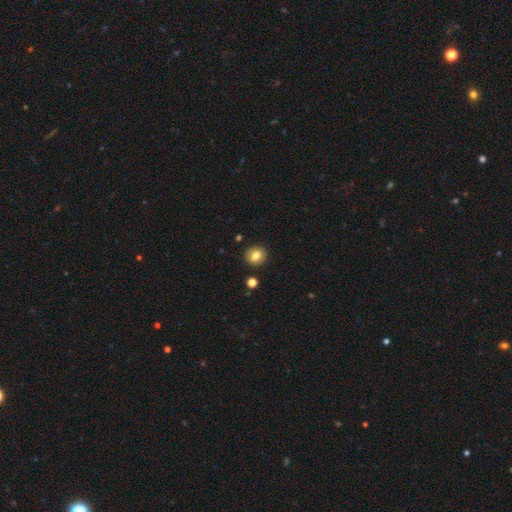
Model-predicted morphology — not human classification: This appears to be a smooth galaxy with no disk features (80%) that is round (81%). Merging: none (89%).